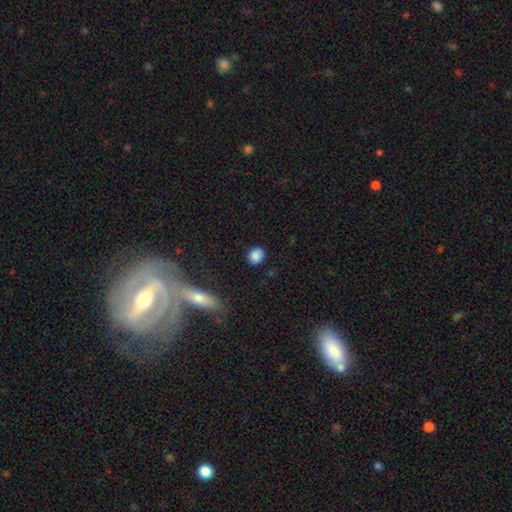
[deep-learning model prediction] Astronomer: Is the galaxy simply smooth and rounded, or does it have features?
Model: smooth — 86%.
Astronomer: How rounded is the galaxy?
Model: round — 71%.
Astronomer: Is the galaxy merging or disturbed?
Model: none — 87%.